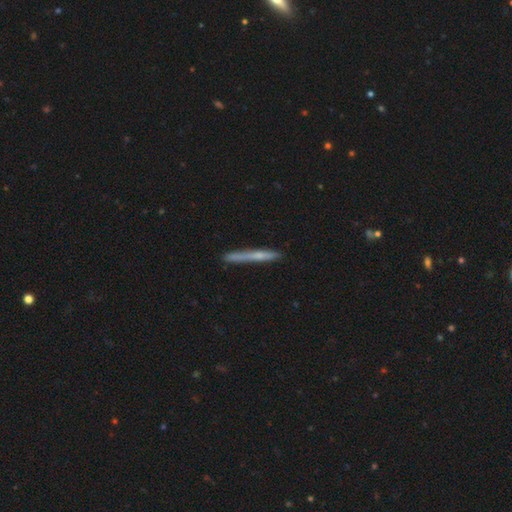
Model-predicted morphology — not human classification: Overall: smooth (50%; featured or disk 44%). Merging: none (86%).